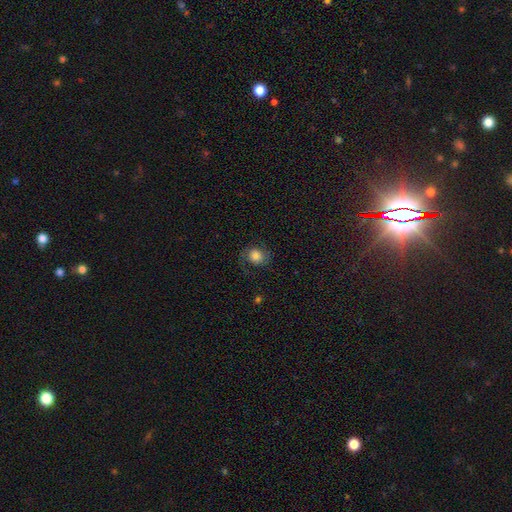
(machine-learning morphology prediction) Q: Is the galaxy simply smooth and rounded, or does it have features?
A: smooth — 59%.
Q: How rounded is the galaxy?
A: round — 70%.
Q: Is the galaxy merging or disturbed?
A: none — 67%.